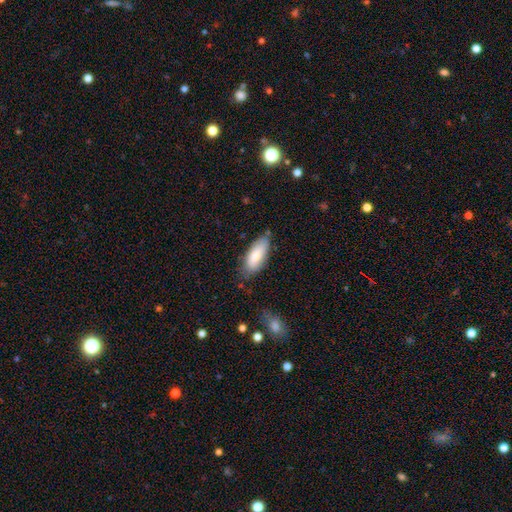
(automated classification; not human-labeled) Smooth or featured: smooth — 78% (featured or disk — 16%)
How rounded: in between — 81% (cigar-shaped — 17%)
Merging: none — 71% (minor disturbance — 22%)